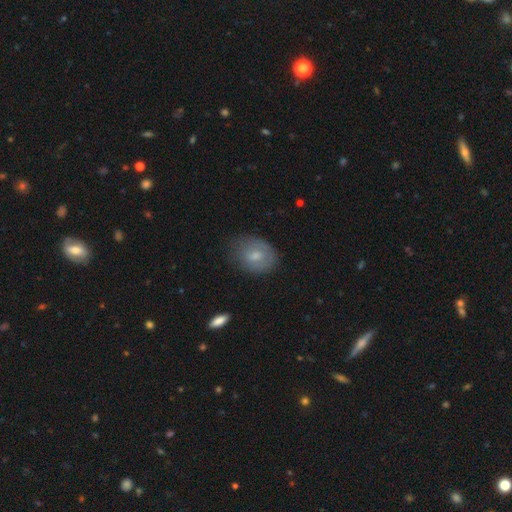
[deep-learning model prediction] A smooth galaxy with no disk features (66%) that is in between round and cigar-shaped (54%).

Vote fractions:
- Smooth or featured? smooth: 66% / featured or disk: 27% / star or artifact: 8%
- How rounded? in between: 54% / round: 45% / cigar-shaped: 1%
- Merging? none: 60% / minor disturbance: 28% / major disturbance: 11% / merger: 2%